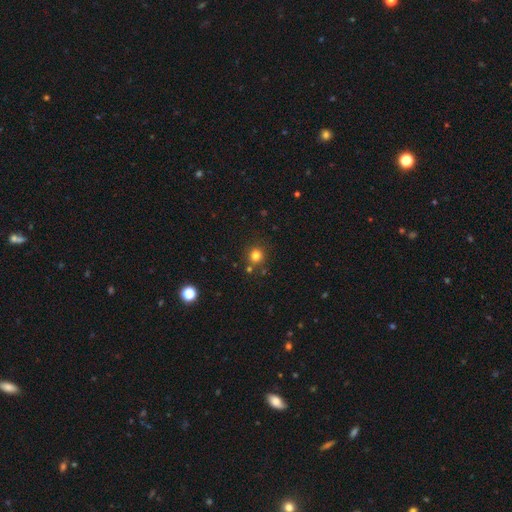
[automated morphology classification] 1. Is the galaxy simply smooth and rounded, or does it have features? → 80% smooth, 15% star or artifact, 6% featured or disk.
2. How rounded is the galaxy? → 92% round, 7% in between, 1% cigar-shaped.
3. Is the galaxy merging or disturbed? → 81% none, 8% minor disturbance, 8% merger, 3% major disturbance.